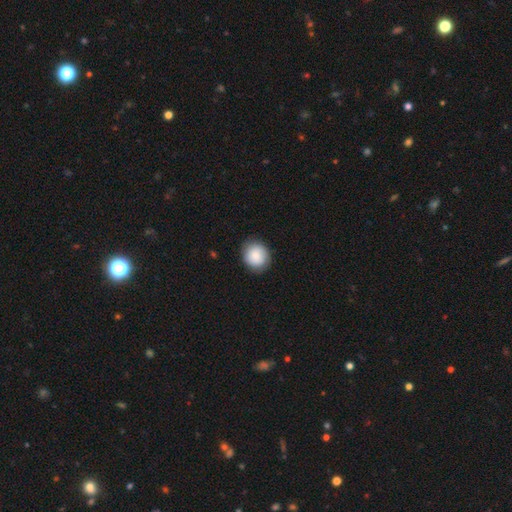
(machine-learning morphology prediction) A smooth galaxy with no disk features (82%) that is round (82%). Merging: none (85%).